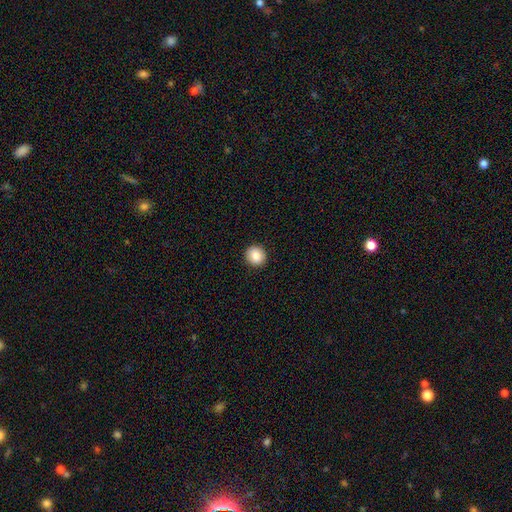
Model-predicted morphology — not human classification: A smooth galaxy with no disk features (87%) that is round (89%). Merging: none (92%).